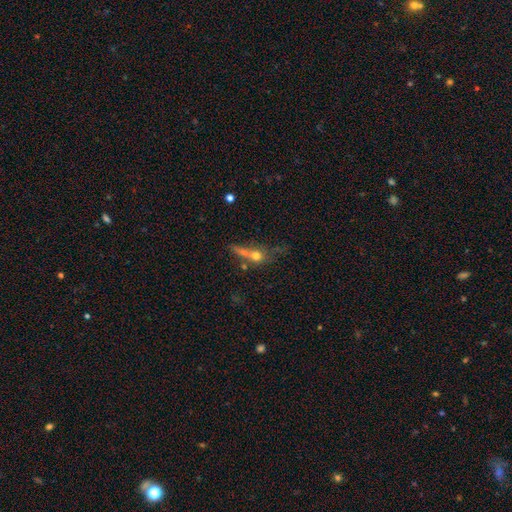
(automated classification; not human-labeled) The model was most divided on "merging": merger: 50%, none: 27%, major disturbance: 12%, minor disturbance: 11%. More confident: smooth or featured — smooth (60%); how rounded — round (55%).